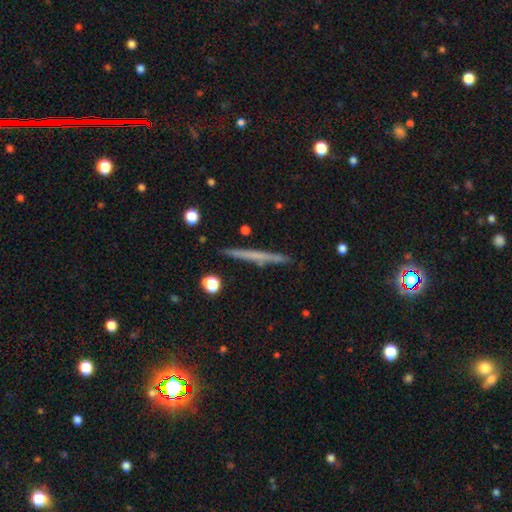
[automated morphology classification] This appears to be a featured or disk galaxy (49%). Merging: none (90%).